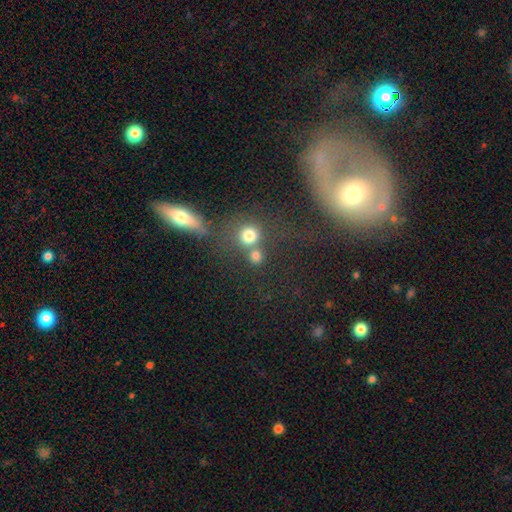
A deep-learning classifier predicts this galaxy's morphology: type=smooth (76%); roundness=round (88%); merging=none (54%).